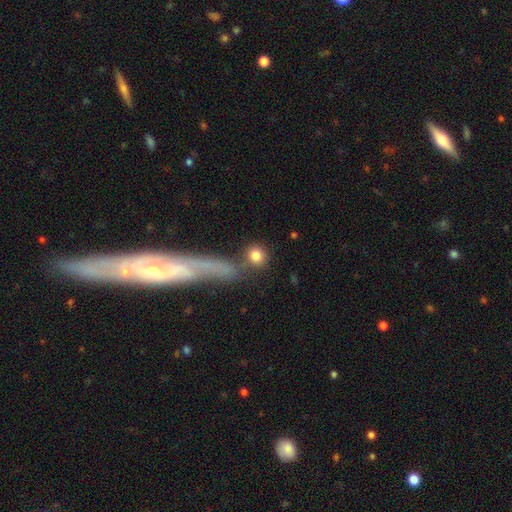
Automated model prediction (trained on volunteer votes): smooth-or-featured: smooth: 81% | featured or disk: 9% | star or artifact: 9%
  how-rounded: round: 82% | in between: 13% | cigar-shaped: 4%
  merging: none: 69% | merger: 15% | minor disturbance: 10% | major disturbance: 6%